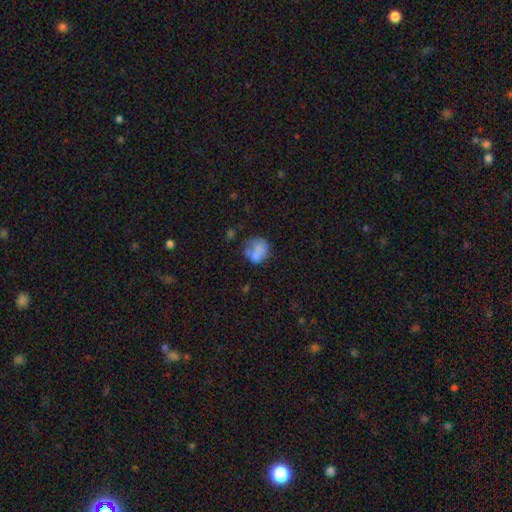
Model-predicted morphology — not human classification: Overall: smooth (68%). How rounded: round (73%). Merging: none (43%; minor disturbance 23%).